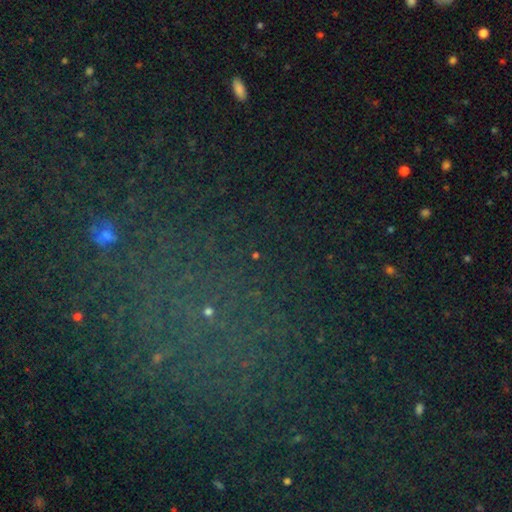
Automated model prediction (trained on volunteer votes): Smooth or featured: star or artifact — 77% (smooth — 13%)